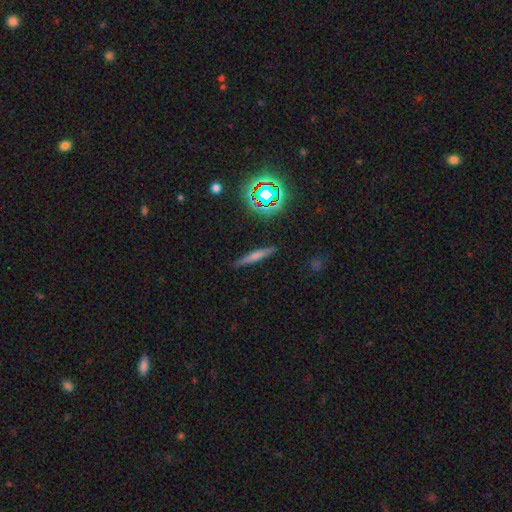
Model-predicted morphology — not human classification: smooth 54%, featured or disk 32%, star or artifact 14%. Down the decision tree: how rounded — cigar-shaped (90%); merging — none (87%).